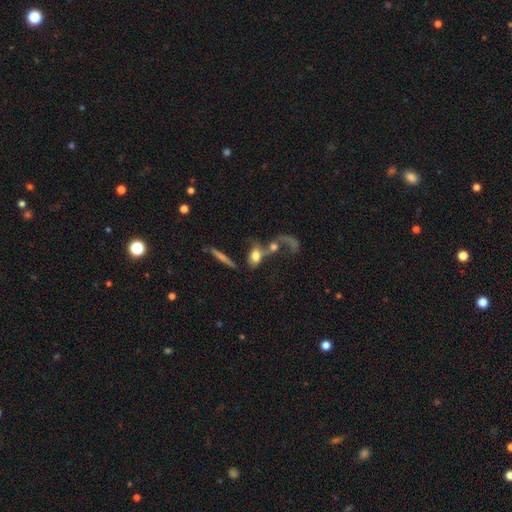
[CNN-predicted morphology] Smooth or featured? Predicted: smooth (p=0.56). How rounded? Predicted: in between (p=0.65). Merging? Predicted: merger (p=0.54).